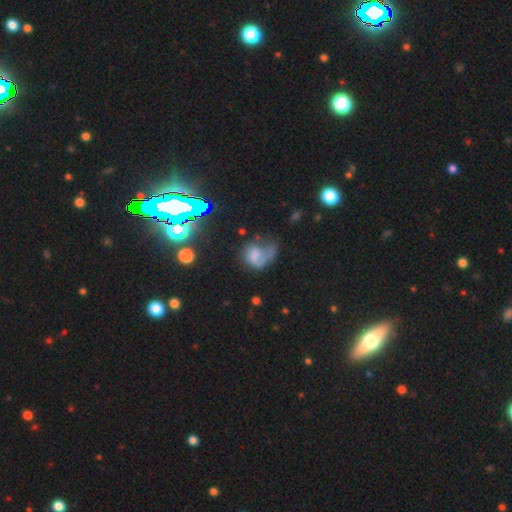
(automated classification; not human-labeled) Smooth or featured? Predicted: featured or disk (p=0.44). Merging? Predicted: major disturbance (p=0.48).